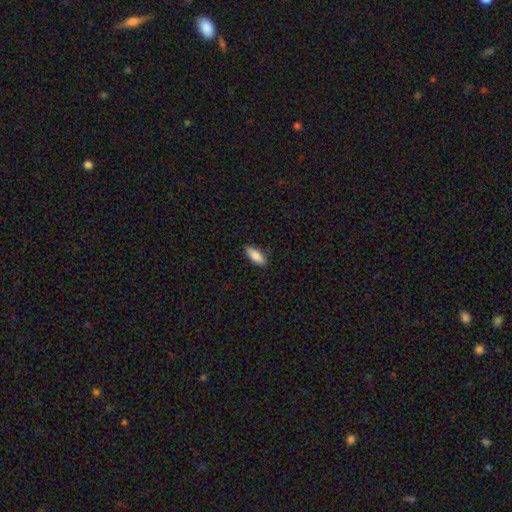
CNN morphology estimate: Smooth or featured?
  - smooth: 85% *
  - featured or disk: 9%
  - star or artifact: 6%
How rounded?
  - in between: 75% *
  - cigar-shaped: 23%
  - round: 2%
Merging?
  - none: 85% *
  - minor disturbance: 12%
  - major disturbance: 2%
  - merger: 1%